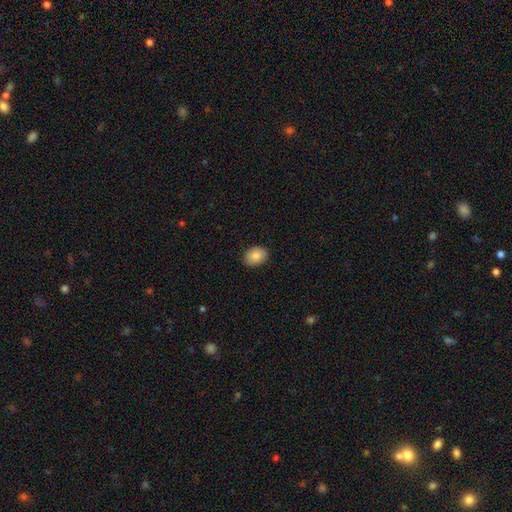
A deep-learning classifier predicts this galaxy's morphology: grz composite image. It shows a smooth galaxy with no disk features (86%) that is in between round and cigar-shaped (68%). Merging: none (85%).